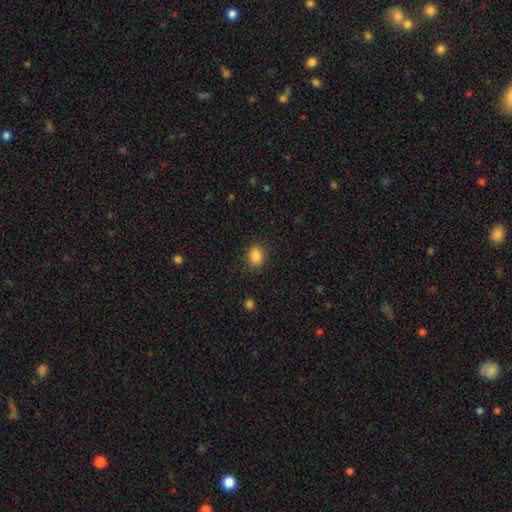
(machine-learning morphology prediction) Smooth or featured?
  - smooth: 87% *
  - star or artifact: 10%
  - featured or disk: 3%
How rounded?
  - in between: 58% *
  - round: 41%
  - cigar-shaped: 1%
Merging?
  - none: 85% *
  - minor disturbance: 11%
  - major disturbance: 3%
  - merger: 1%